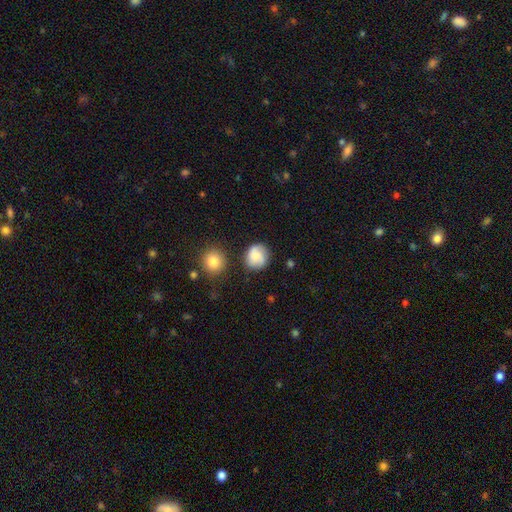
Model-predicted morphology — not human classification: smooth 65%, featured or disk 27%, star or artifact 8%. Down the decision tree: how rounded — round (85%); merging — none (72%).